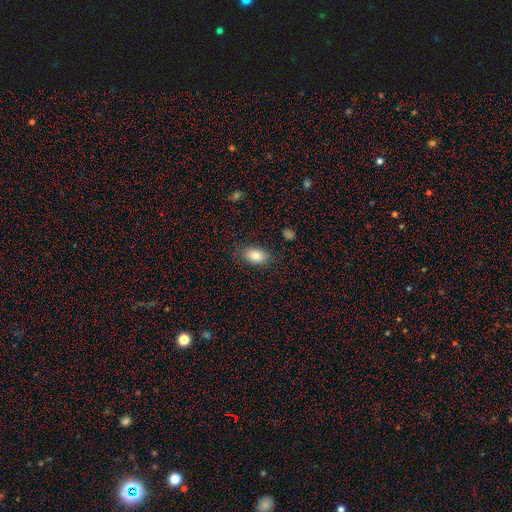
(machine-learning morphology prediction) Smooth or featured? smooth (82%)
How rounded? in between (89%)
Merging? none (82%)